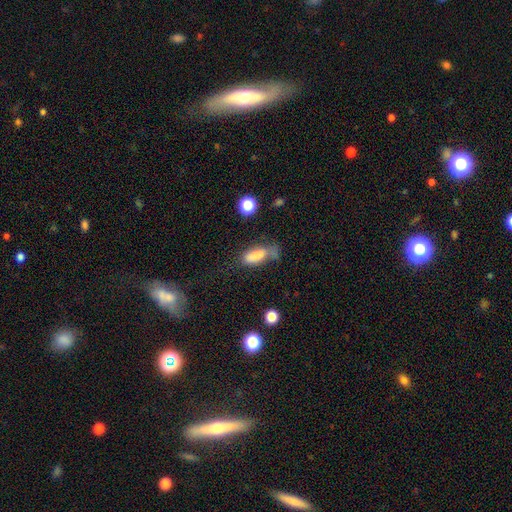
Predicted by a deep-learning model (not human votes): Overall: smooth (78%). How rounded: in between (64%; cigar-shaped 32%). Merging: none (38%; minor disturbance 29%).